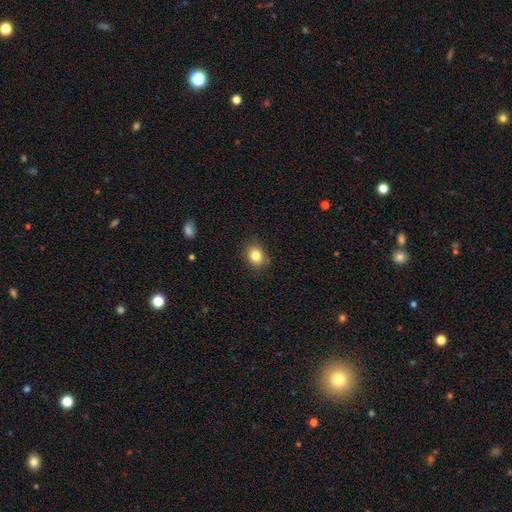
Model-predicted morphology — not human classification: type=smooth (84%); roundness=round (56%); merging=none (87%).